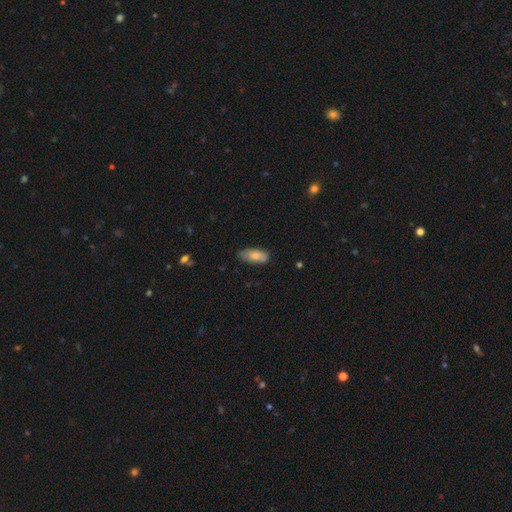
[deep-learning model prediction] This is likely a smooth galaxy (79%). How rounded: clearly in between (87%). Merging: likely none (73%).